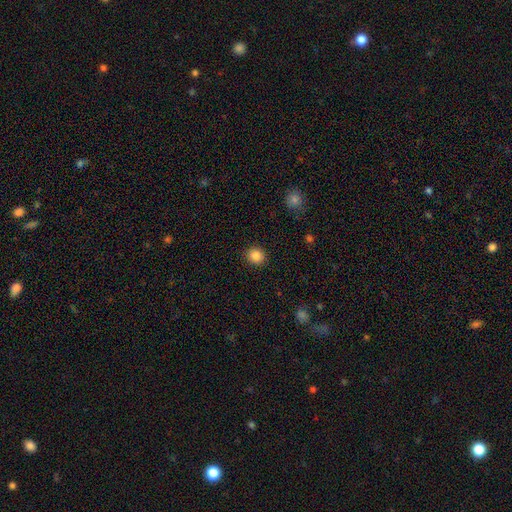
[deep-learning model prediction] Morphology: type=smooth (86%); roundness=round (82%); merging=none (91%).